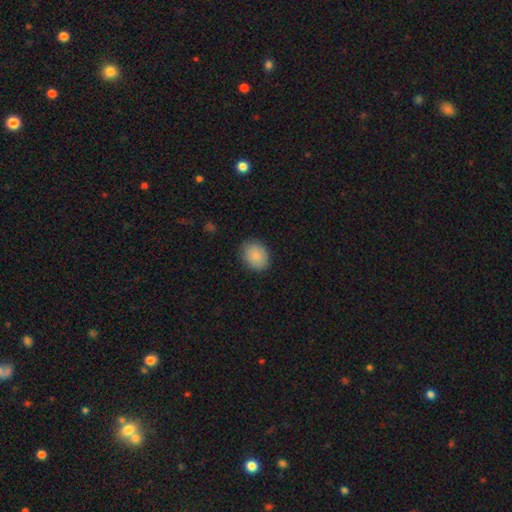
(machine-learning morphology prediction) Smooth or featured? smooth (87%)
How rounded? round (52%)
Merging? none (87%)